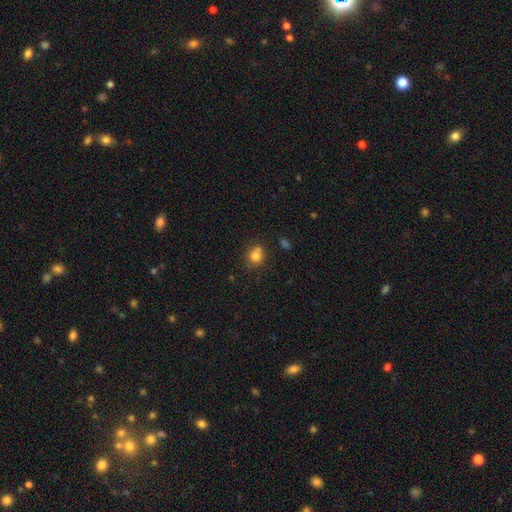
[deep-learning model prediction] Smooth or featured?
  - smooth: 78% *
  - star or artifact: 12%
  - featured or disk: 10%
How rounded?
  - round: 78% *
  - in between: 21%
  - cigar-shaped: 1%
Merging?
  - none: 58% *
  - merger: 24%
  - minor disturbance: 14%
  - major disturbance: 4%